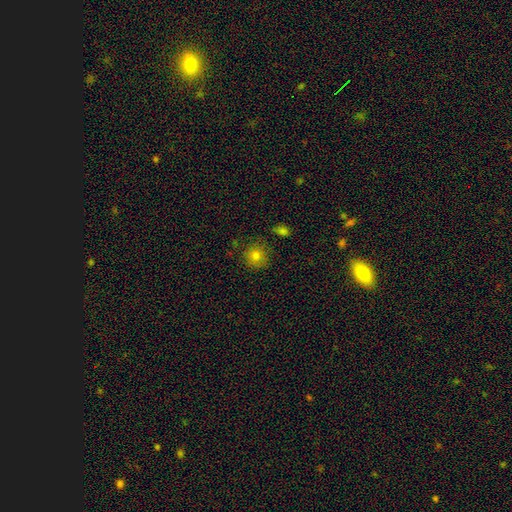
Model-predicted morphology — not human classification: A smooth galaxy with no disk features (78%) that is round (90%). Merging: none (81%).